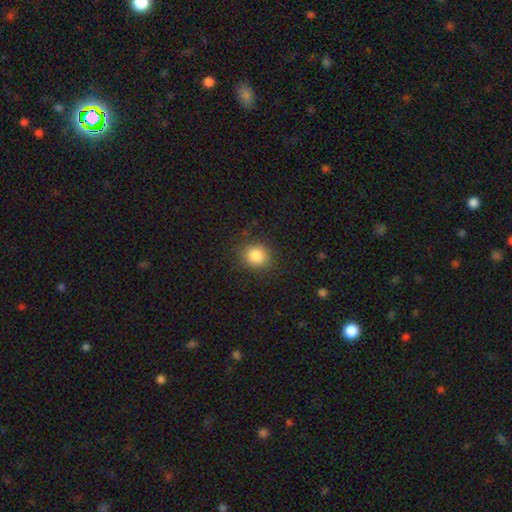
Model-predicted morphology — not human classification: type=smooth (85%); roundness=round (80%); merging=none (87%).